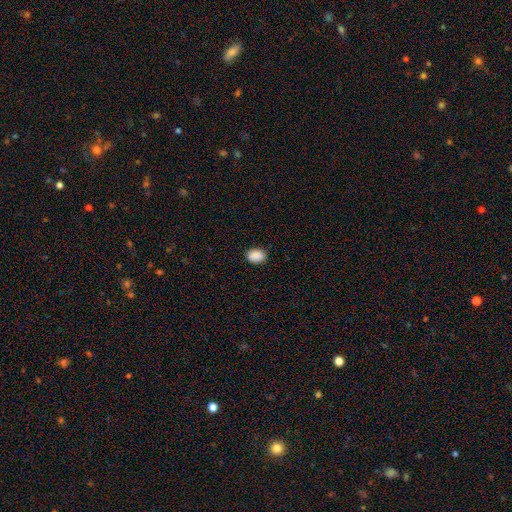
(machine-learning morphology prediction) Overall: smooth (90%). How rounded: in between (73%). Merging: none (89%).